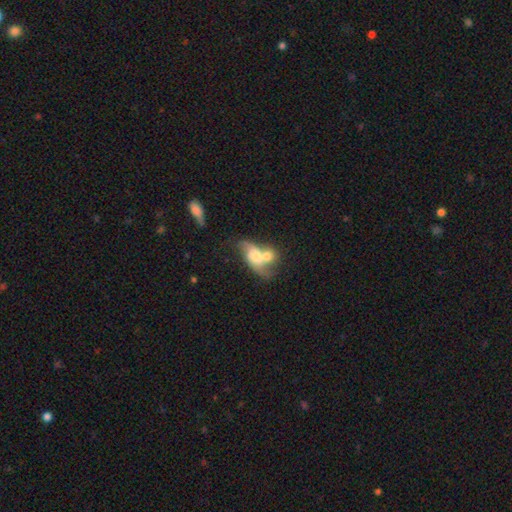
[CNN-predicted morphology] smooth-or-featured: smooth: 48% | featured or disk: 44% | star or artifact: 8%
  merging: merger: 64% | none: 17% | major disturbance: 10% | minor disturbance: 9%